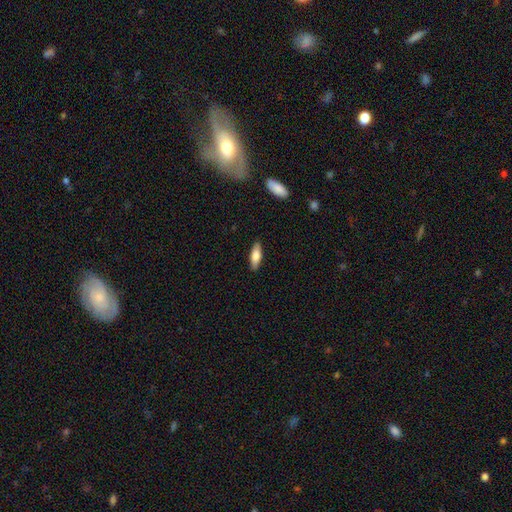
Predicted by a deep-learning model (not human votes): Smooth or featured: smooth — 75% (featured or disk — 19%)
How rounded: in between — 59% (cigar-shaped — 39%)
Merging: none — 88% (minor disturbance — 9%)